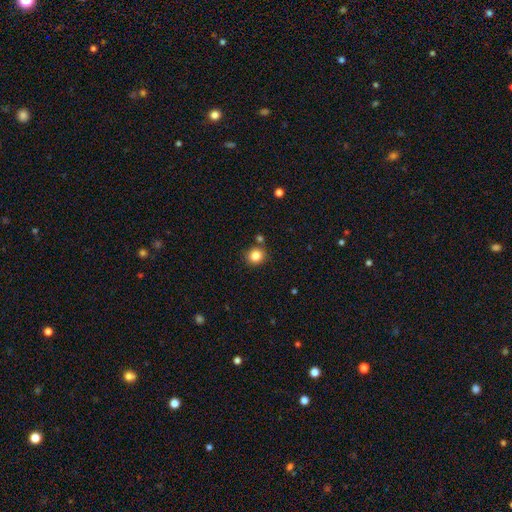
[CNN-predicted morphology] This is clearly a smooth galaxy (83%). How rounded: clearly round (85%). Merging: clearly none (83%).